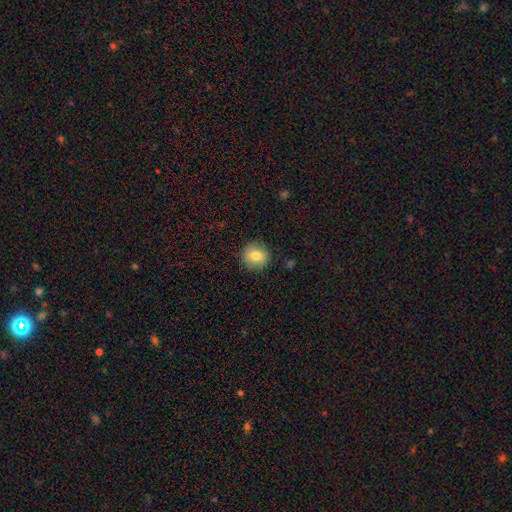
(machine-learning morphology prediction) Smooth or featured? smooth (80%)
How rounded? round (89%)
Merging? none (88%)